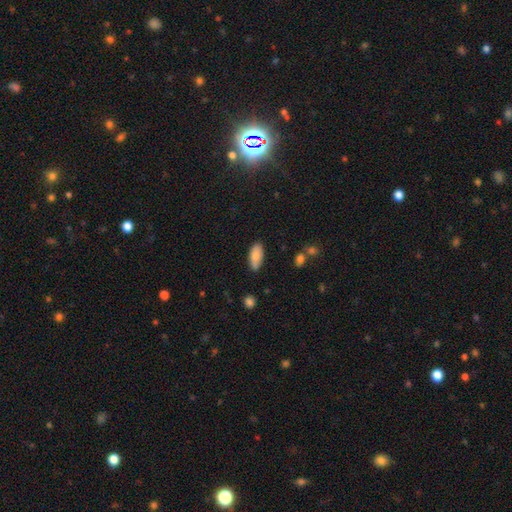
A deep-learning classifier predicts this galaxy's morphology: Smooth or featured?
  - smooth: 82% *
  - featured or disk: 12%
  - star or artifact: 6%
How rounded?
  - in between: 88% *
  - cigar-shaped: 9%
  - round: 2%
Merging?
  - none: 79% *
  - minor disturbance: 16%
  - major disturbance: 3%
  - merger: 2%